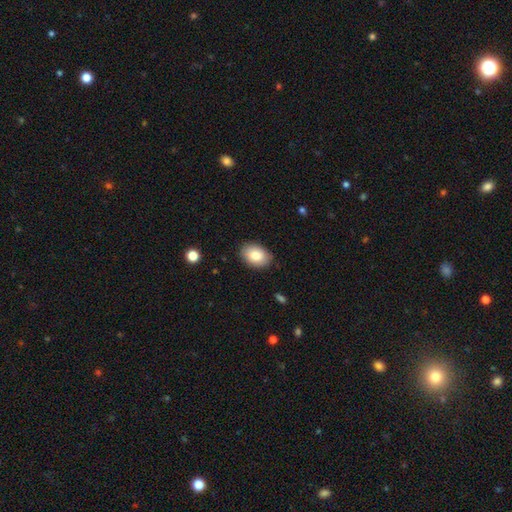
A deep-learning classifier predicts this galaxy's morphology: This is clearly a smooth galaxy (82%). How rounded: clearly in between (81%). Merging: clearly none (87%).